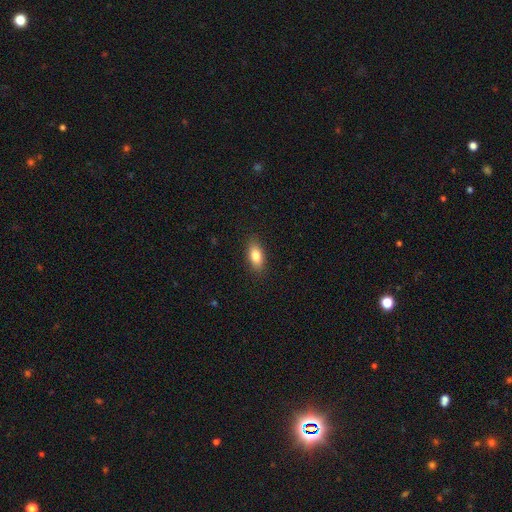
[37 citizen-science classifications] smooth-or-featured: smooth: 84% | featured or disk: 11% | star or artifact: 5%
  how-rounded: in between: 87% | round: 6% | cigar-shaped: 6%
  merging: none: 94% | minor disturbance: 6% | major disturbance: 0% | merger: 0%